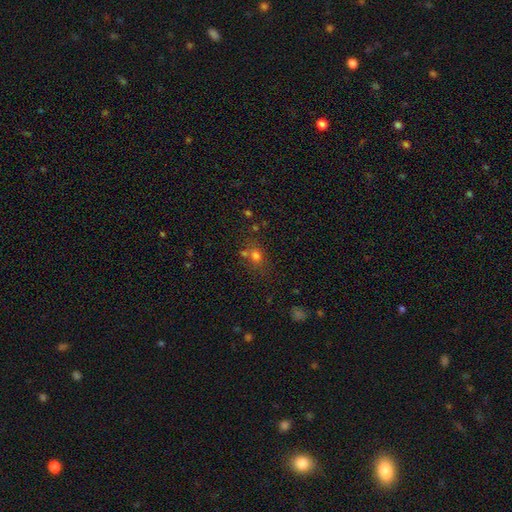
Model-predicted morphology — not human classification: Smooth or featured? smooth (71%)
How rounded? round (62%)
Merging? none (61%)